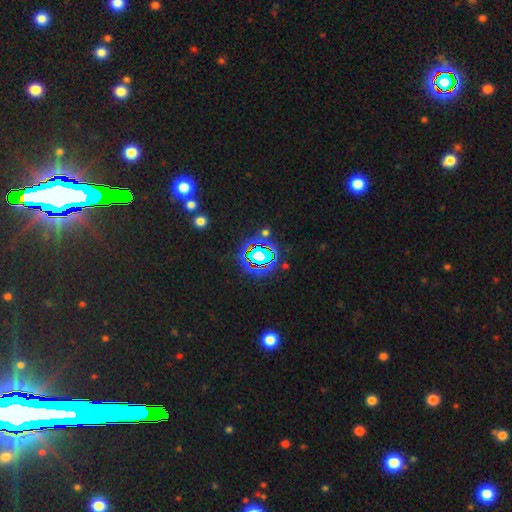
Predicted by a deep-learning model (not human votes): Q: Smooth or featured?
A: star or artifact (74%); runner-up: smooth (15%)